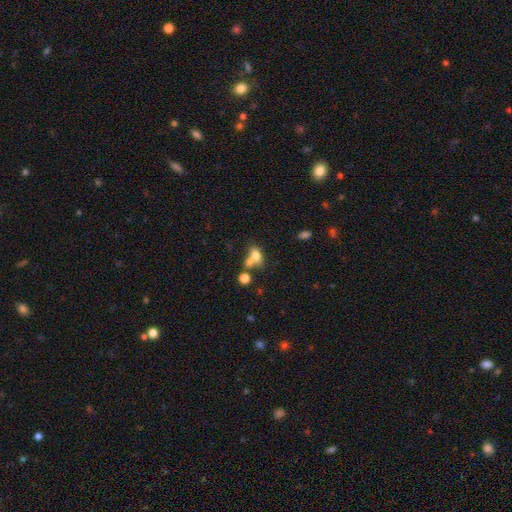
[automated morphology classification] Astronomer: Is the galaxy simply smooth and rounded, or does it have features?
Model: smooth — 73%.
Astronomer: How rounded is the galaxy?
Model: in between — 77%.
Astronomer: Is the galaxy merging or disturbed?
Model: merger — 44% (runner-up: none, 36%).